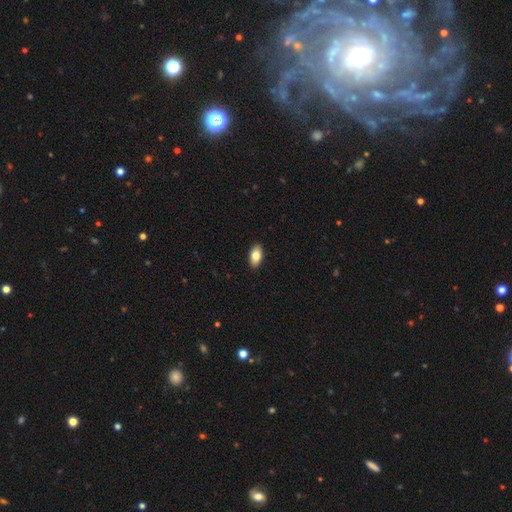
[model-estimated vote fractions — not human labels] smooth_or_featured: smooth (p=0.80) [alt: featured or disk p=0.13]
how_rounded: in between (p=0.91) [alt: cigar-shaped p=0.05]
merging: none (p=0.90) [alt: minor disturbance p=0.07]